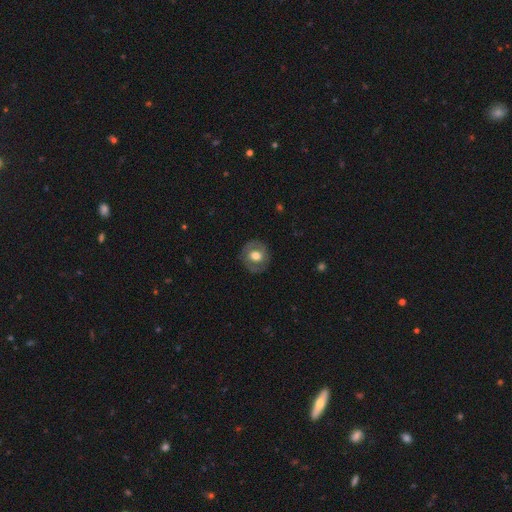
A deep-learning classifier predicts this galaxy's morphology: type=smooth (56%); roundness=round (86%); merging=none (85%).